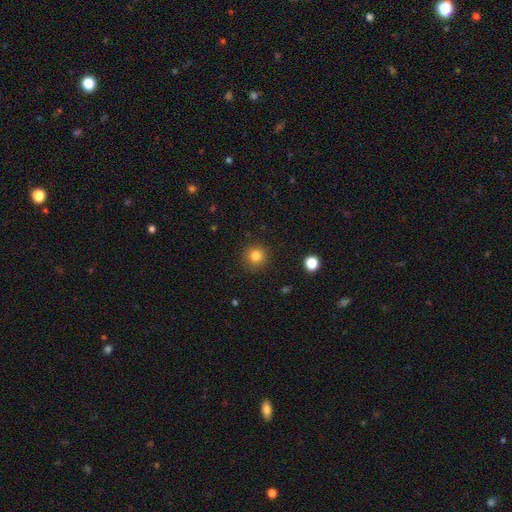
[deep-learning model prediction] This is clearly a smooth galaxy (83%). How rounded: clearly round (93%). Merging: clearly none (90%).